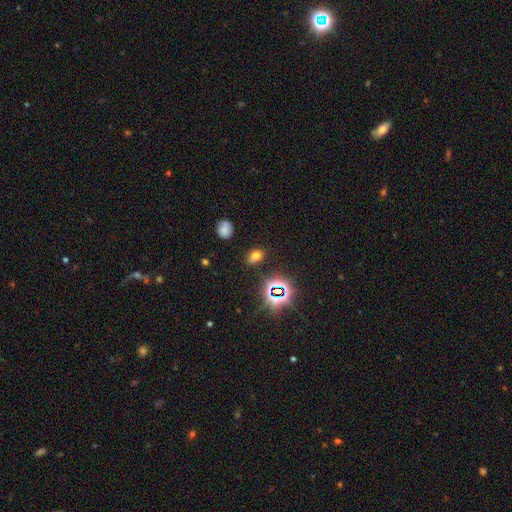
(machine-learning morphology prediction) Q: Smooth or featured?
A: smooth (62%); runner-up: star or artifact (29%)
Q: How rounded?
A: in between (83%); runner-up: round (15%)
Q: Merging?
A: none (81%); runner-up: minor disturbance (12%)